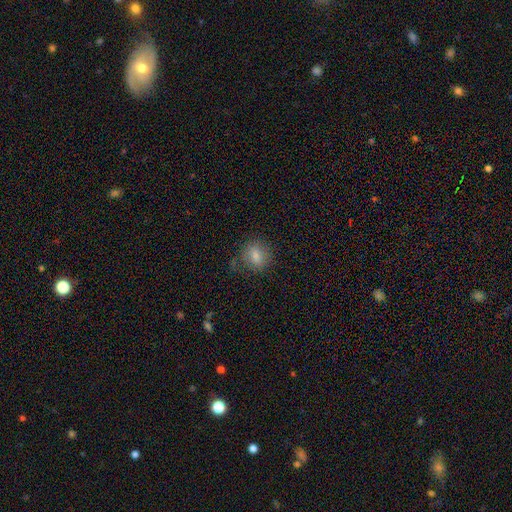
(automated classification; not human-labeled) Overall: smooth (81%). How rounded: round (67%; in between 32%). Merging: none (75%).